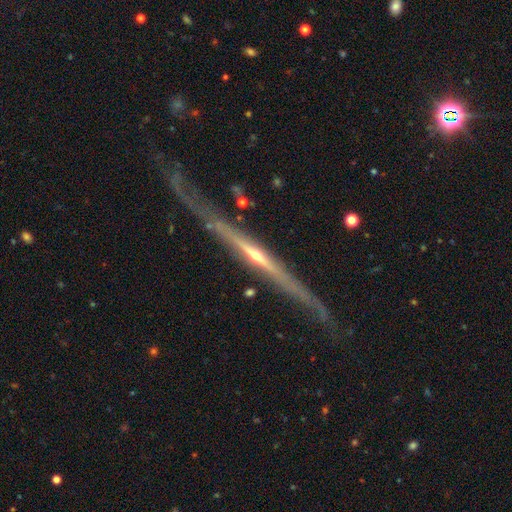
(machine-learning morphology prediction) Overall: featured or disk (86%). Edge-on disk: yes (92%). Edge-on bulge: rounded (67%; none 29%). Merging: none (63%).